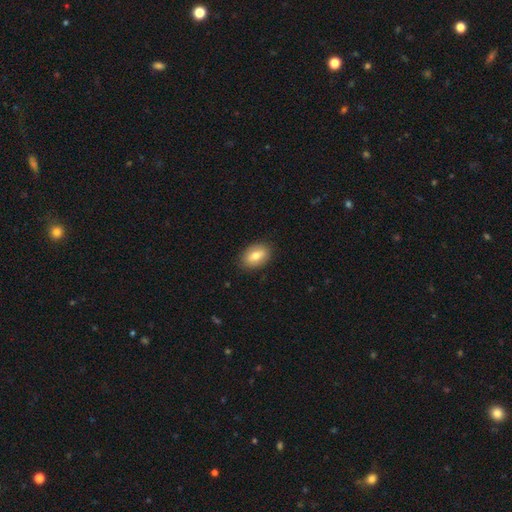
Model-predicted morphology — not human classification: smooth_or_featured: smooth (p=0.75) [alt: featured or disk p=0.18]
how_rounded: in between (p=0.87) [alt: round p=0.11]
merging: none (p=0.87) [alt: minor disturbance p=0.10]